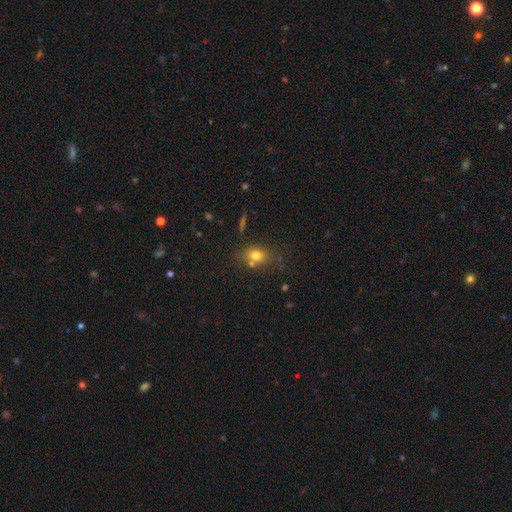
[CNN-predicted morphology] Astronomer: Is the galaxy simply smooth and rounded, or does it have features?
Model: smooth — 74%.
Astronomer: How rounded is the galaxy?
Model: in between — 61% (runner-up: round, 37%).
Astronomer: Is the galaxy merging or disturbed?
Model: none — 62%.